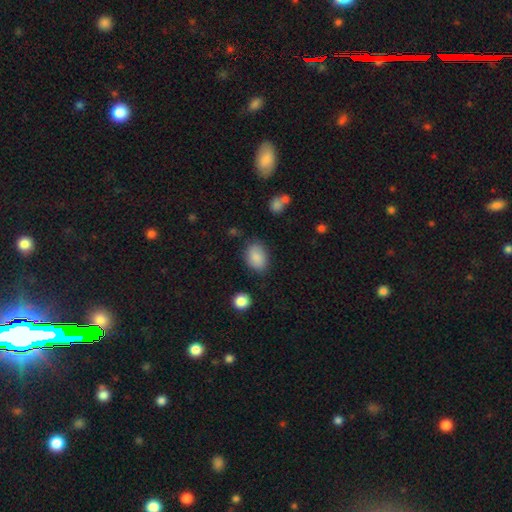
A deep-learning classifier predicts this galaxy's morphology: Overall: smooth (86%). How rounded: in between (77%). Merging: none (76%).